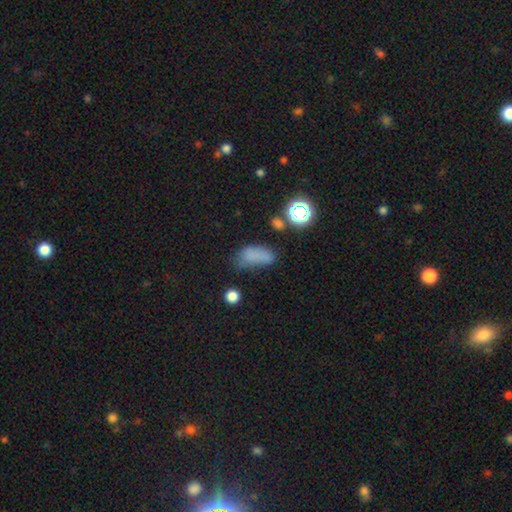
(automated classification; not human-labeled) This appears to be a smooth galaxy with no disk features (70%) that is in between round and cigar-shaped (82%). Merging: none (38%).